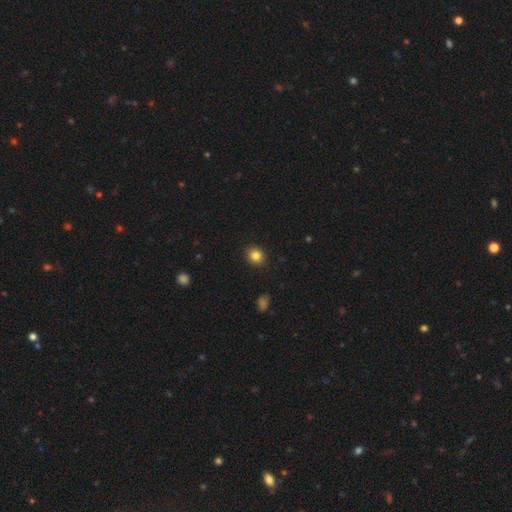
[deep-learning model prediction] Smooth or featured? Predicted: smooth (p=0.84). How rounded? Predicted: round (p=0.77). Merging? Predicted: none (p=0.91).